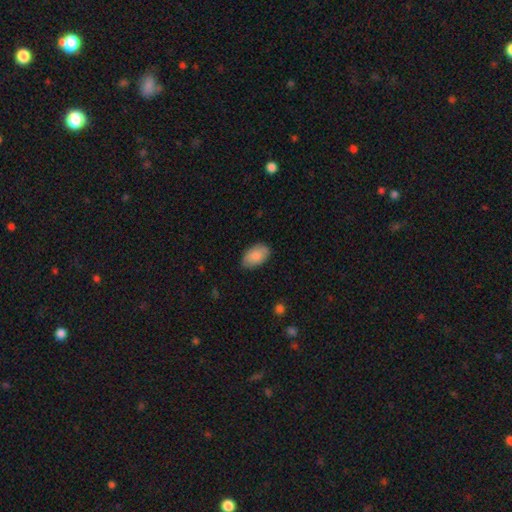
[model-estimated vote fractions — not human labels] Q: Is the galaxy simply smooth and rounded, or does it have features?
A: smooth — 87%.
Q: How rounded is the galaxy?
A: in between — 93%.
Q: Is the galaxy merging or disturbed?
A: none — 82%.